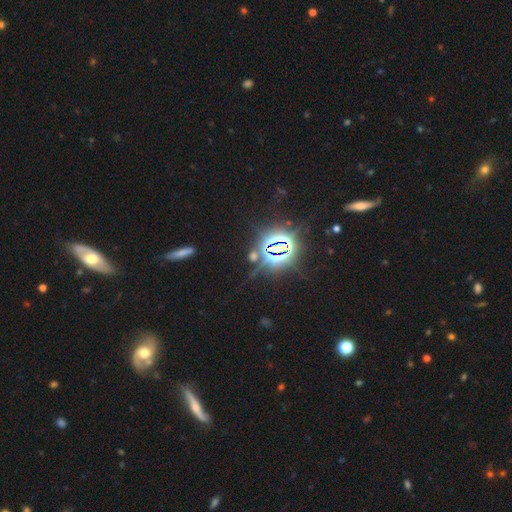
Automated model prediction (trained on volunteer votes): Smooth or featured?
  - star or artifact: 80% *
  - smooth: 11%
  - featured or disk: 9%